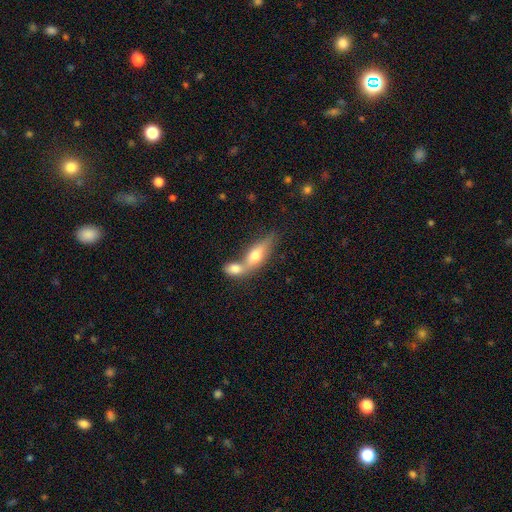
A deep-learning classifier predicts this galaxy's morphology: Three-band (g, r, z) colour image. It shows a smooth galaxy with no disk features (59%) that is in between round and cigar-shaped (64%). Merging: merger (64%).